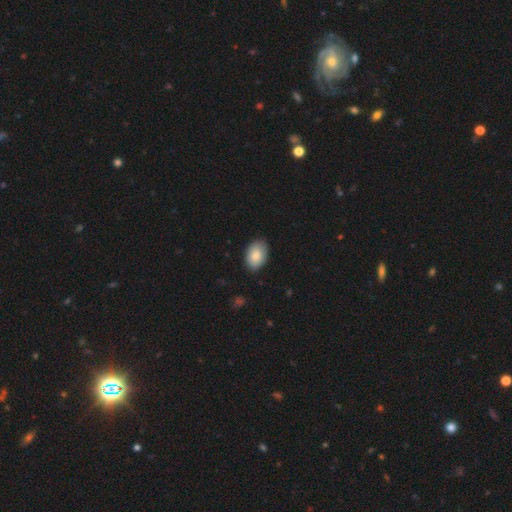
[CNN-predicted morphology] Smooth or featured?
  - smooth: 84% *
  - featured or disk: 10%
  - star or artifact: 6%
How rounded?
  - in between: 88% *
  - round: 11%
  - cigar-shaped: 1%
Merging?
  - none: 81% *
  - minor disturbance: 16%
  - major disturbance: 2%
  - merger: 1%